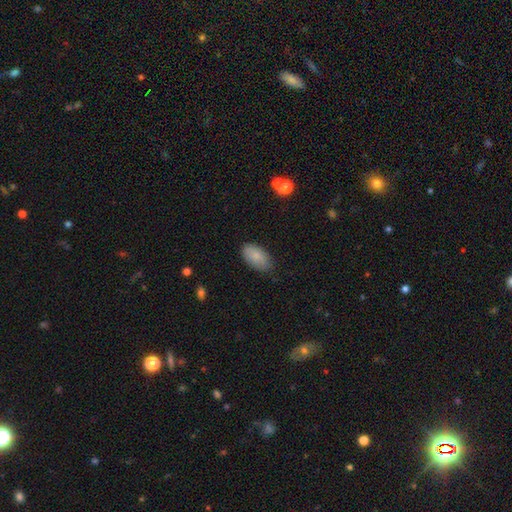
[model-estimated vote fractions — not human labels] Overall: smooth (84%). How rounded: in between (94%). Merging: none (78%).